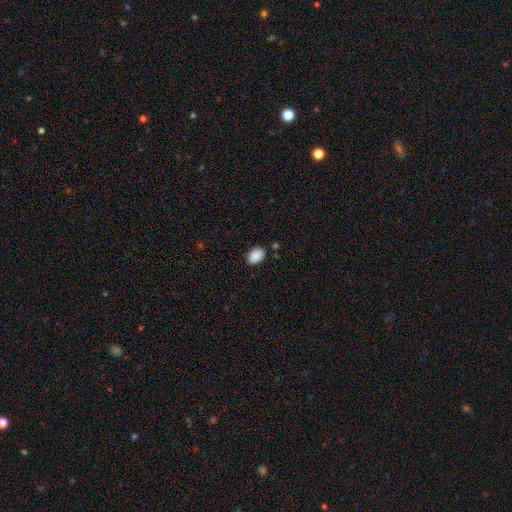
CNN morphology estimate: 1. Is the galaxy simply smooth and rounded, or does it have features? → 89% smooth, 7% star or artifact, 3% featured or disk.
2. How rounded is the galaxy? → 81% in between, 18% round, 1% cigar-shaped.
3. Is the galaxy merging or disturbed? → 83% none, 12% minor disturbance, 3% merger, 3% major disturbance.